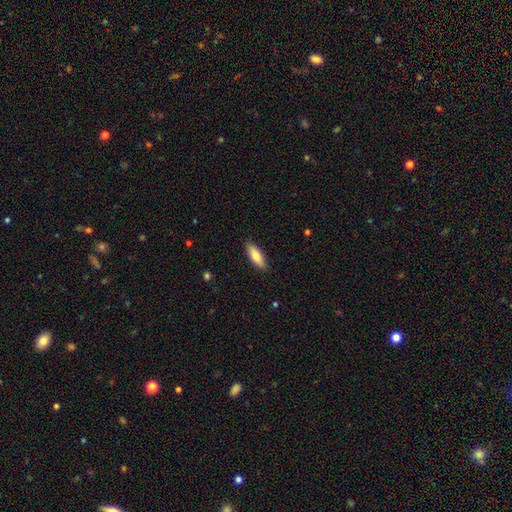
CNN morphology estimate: Smooth or featured: smooth — 78% (featured or disk — 16%)
How rounded: in between — 59% (cigar-shaped — 39%)
Merging: none — 88% (minor disturbance — 9%)